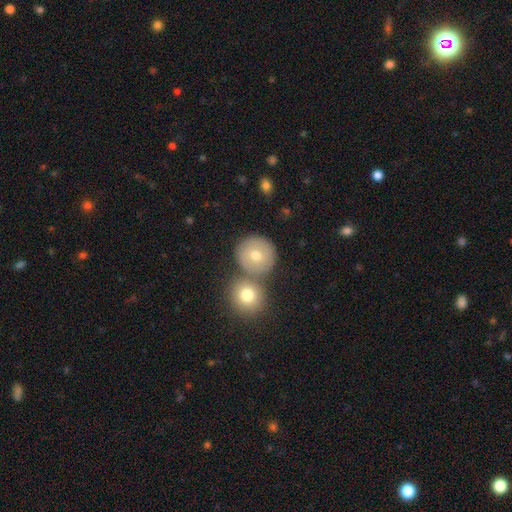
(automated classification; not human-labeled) Smooth or featured: smooth — 71% (featured or disk — 18%)
How rounded: round — 93% (in between — 6%)
Merging: none — 63% (merger — 25%)